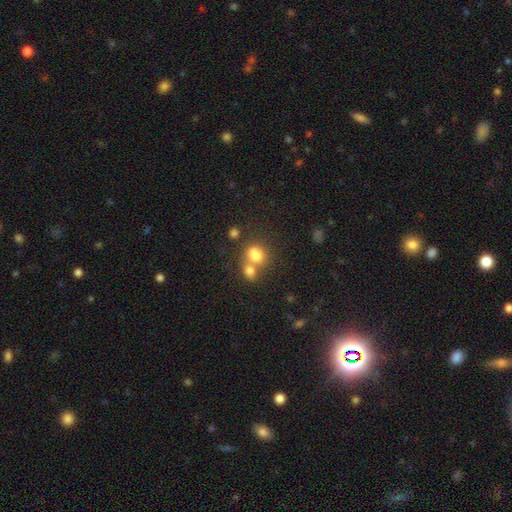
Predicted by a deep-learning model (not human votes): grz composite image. It shows a smooth galaxy with no disk features (77%) that is in between round and cigar-shaped (53%). Merging: merger (54%).